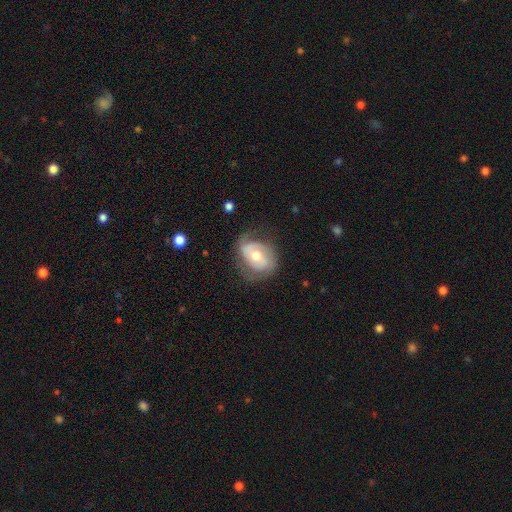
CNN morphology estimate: Smooth or featured? Predicted: featured or disk (p=0.68). Edge-on disk? Predicted: no (p=0.96). Bar? Predicted: no (p=0.56). Spiral arms? Predicted: yes (p=0.83). Spiral winding? Predicted: medium (p=0.41). Spiral arm count? Predicted: 2 (p=0.65). Bulge size? Predicted: moderate (p=0.69). Merging? Predicted: none (p=0.58).